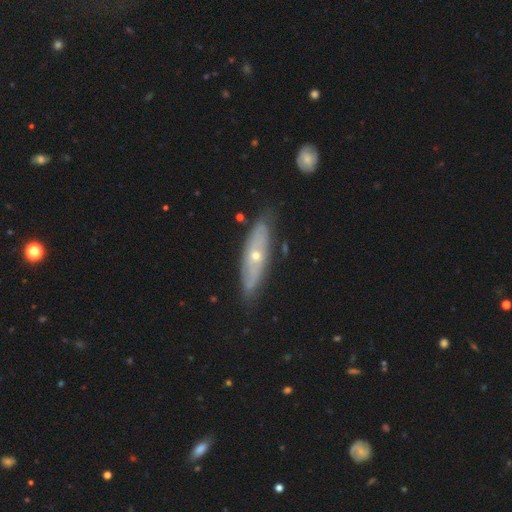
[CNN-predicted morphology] smooth-or-featured: featured or disk: 64% | smooth: 30% | star or artifact: 6%
  disk-edge-on: no: 60% | yes: 40%
  merging: none: 79% | minor disturbance: 16% | major disturbance: 3% | merger: 2%